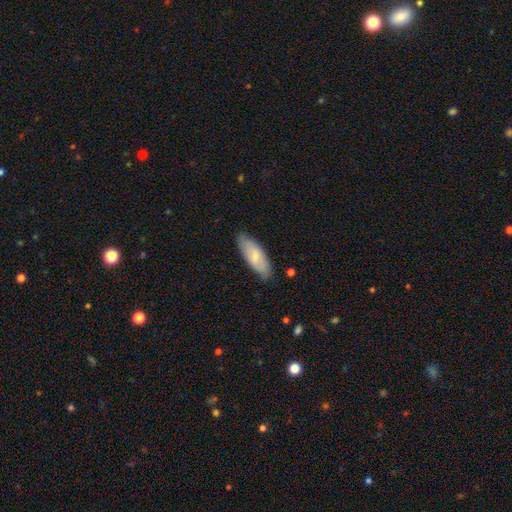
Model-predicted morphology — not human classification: Overall: smooth (70%). How rounded: in between (68%; cigar-shaped 30%). Merging: none (82%).